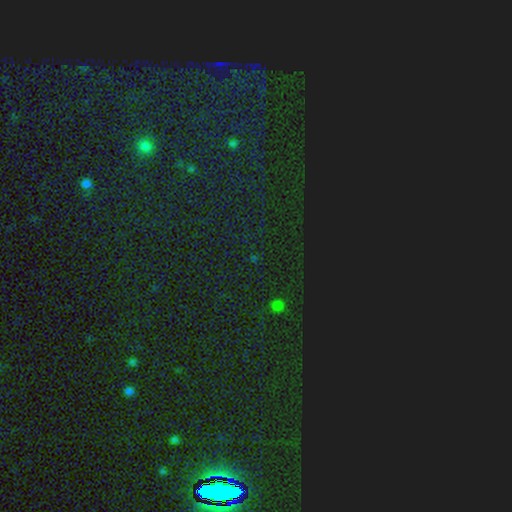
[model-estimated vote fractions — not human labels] Smooth or featured? Predicted: star or artifact (p=0.82).